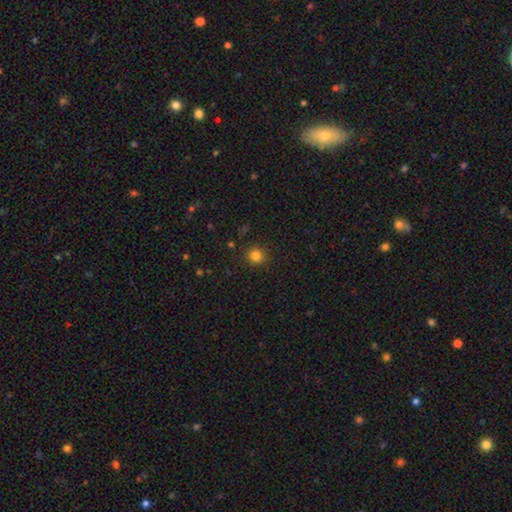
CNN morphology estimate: A smooth galaxy with no disk features (82%) that is round (91%).

Vote fractions:
- Smooth or featured? smooth: 82% / star or artifact: 13% / featured or disk: 5%
- How rounded? round: 91% / in between: 8% / cigar-shaped: 1%
- Merging? none: 90% / minor disturbance: 7% / major disturbance: 2% / merger: 1%